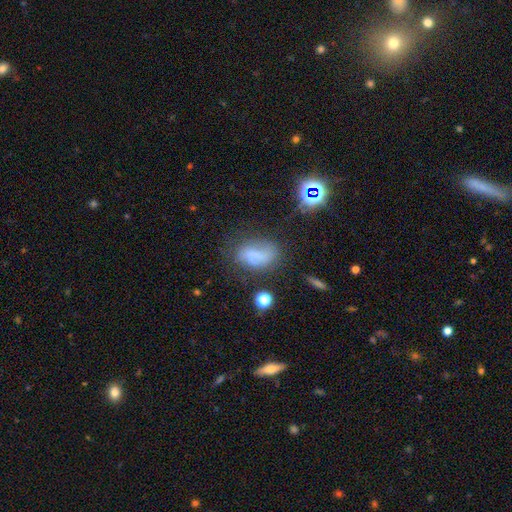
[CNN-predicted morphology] smooth-or-featured: smooth: 57% | featured or disk: 26% | star or artifact: 17%
  how-rounded: in between: 82% | round: 14% | cigar-shaped: 3%
  merging: none: 52% | minor disturbance: 27% | major disturbance: 16% | merger: 6%